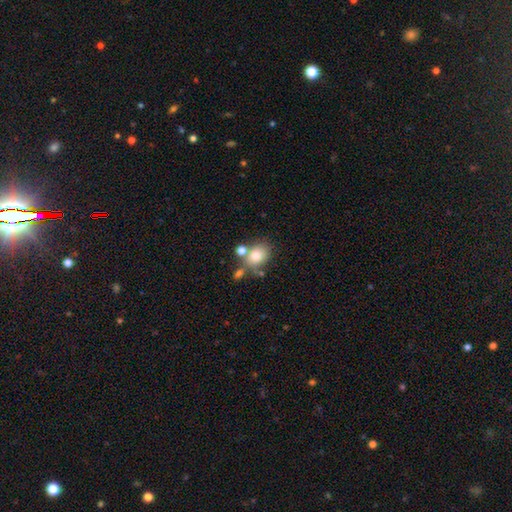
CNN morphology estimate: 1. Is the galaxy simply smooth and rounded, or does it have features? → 79% smooth, 11% featured or disk, 10% star or artifact.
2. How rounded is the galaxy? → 50% in between, 49% round, 1% cigar-shaped.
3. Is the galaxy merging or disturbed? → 54% none, 24% merger, 15% minor disturbance, 7% major disturbance.